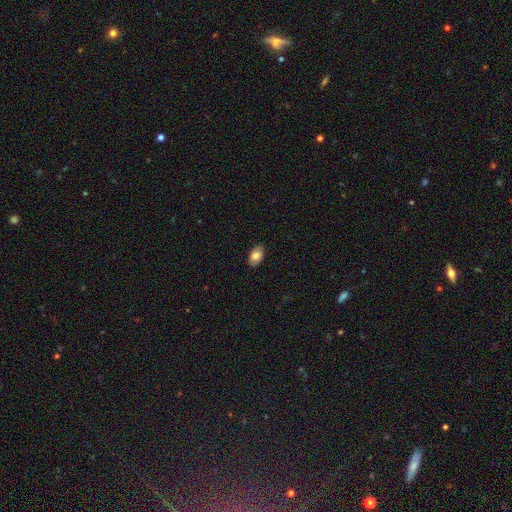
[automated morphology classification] Smooth or featured: smooth — 81% (featured or disk — 11%)
How rounded: in between — 93% (round — 6%)
Merging: none — 87% (minor disturbance — 10%)